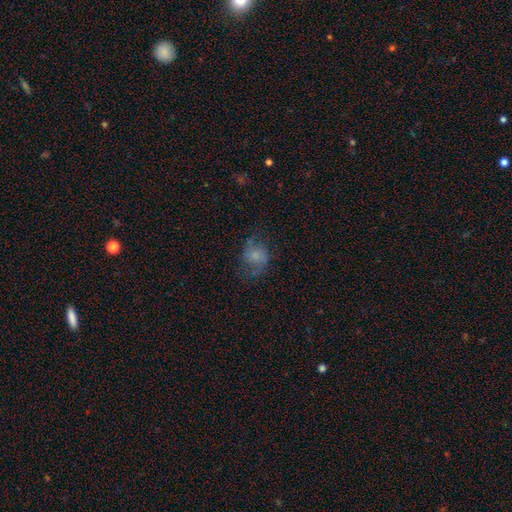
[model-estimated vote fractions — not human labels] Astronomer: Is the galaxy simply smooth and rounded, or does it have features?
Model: smooth — 46% (runner-up: featured or disk, 43%).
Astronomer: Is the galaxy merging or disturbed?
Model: none — 58%.